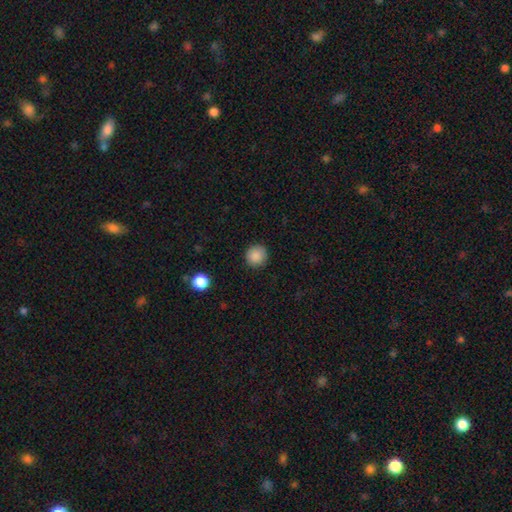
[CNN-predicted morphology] Smooth or featured? smooth (88%)
How rounded? round (93%)
Merging? none (90%)